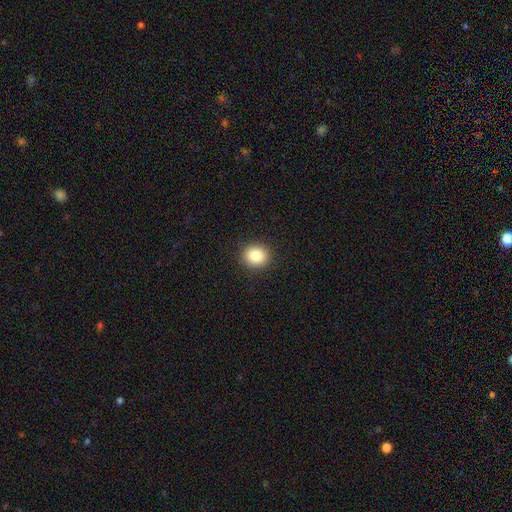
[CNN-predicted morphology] A smooth galaxy with no disk features (84%) that is round (83%). Merging: none (91%).